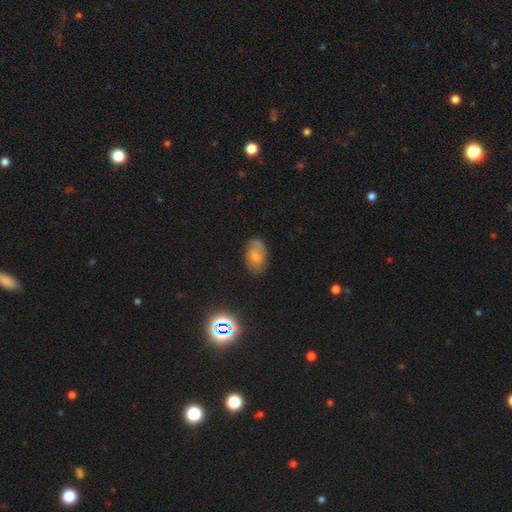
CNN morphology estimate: Smooth or featured? smooth (71%)
How rounded? in between (91%)
Merging? none (73%)